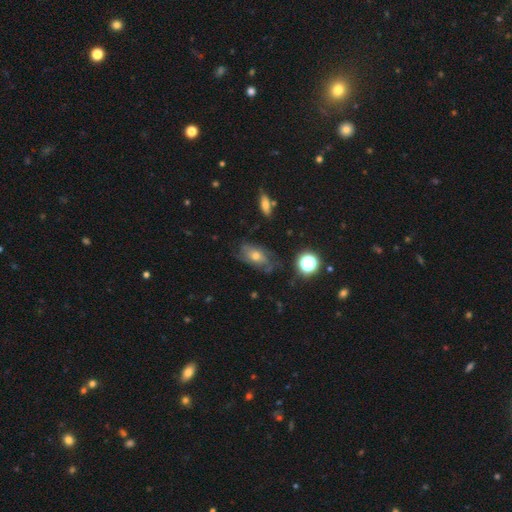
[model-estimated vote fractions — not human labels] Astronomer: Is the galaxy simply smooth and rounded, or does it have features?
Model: featured or disk — 54% (runner-up: smooth, 31%).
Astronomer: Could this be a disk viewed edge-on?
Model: no — 90%.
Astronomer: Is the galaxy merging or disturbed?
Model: none — 60%.